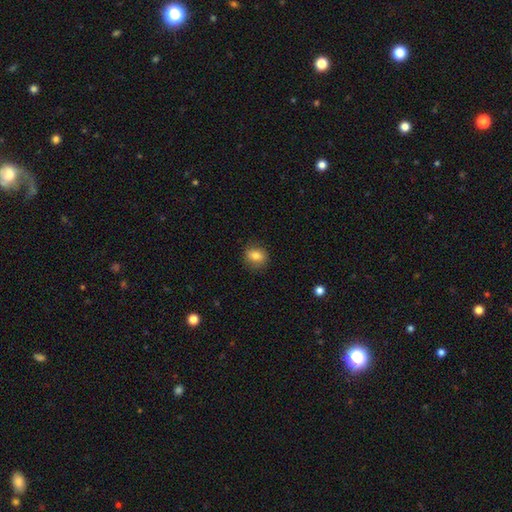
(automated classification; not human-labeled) Q: Smooth or featured?
A: smooth (79%); runner-up: featured or disk (11%)
Q: How rounded?
A: round (64%); runner-up: in between (35%)
Q: Merging?
A: none (84%); runner-up: minor disturbance (12%)